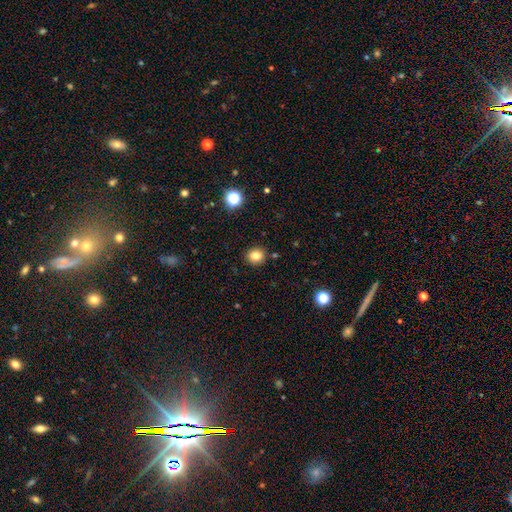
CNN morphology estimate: smooth-or-featured: smooth: 82% | star or artifact: 12% | featured or disk: 6%
  how-rounded: round: 83% | in between: 16% | cigar-shaped: 1%
  merging: none: 89% | minor disturbance: 7% | merger: 2% | major disturbance: 2%